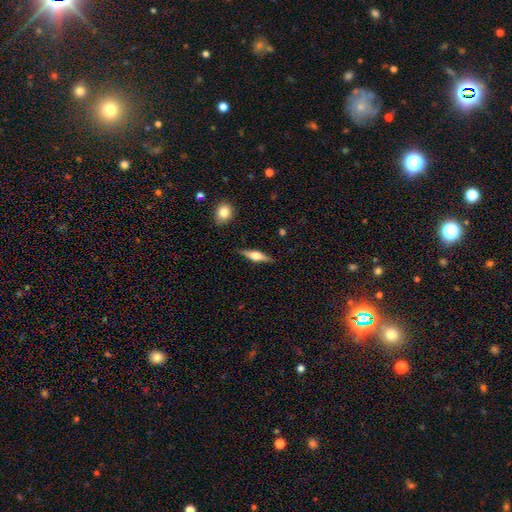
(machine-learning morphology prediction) This is likely a featured or disk galaxy (65%). It is clearly viewed edge-on (97%). Edge-on bulge: clearly rounded (88%). Merging: clearly none (87%).